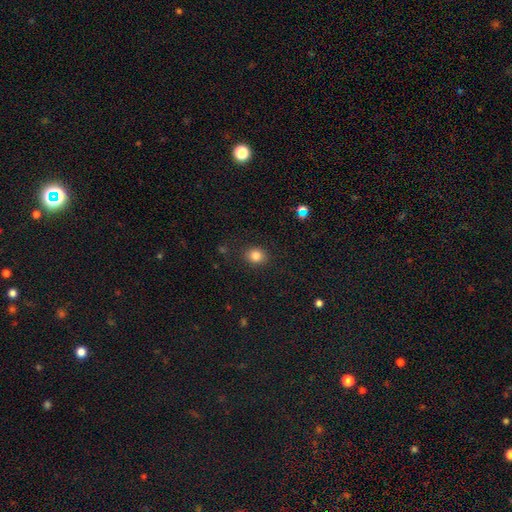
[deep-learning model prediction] smooth_or_featured: smooth (p=0.83) [alt: star or artifact p=0.11]
how_rounded: round (p=0.75) [alt: in between p=0.24]
merging: none (p=0.88) [alt: minor disturbance p=0.08]